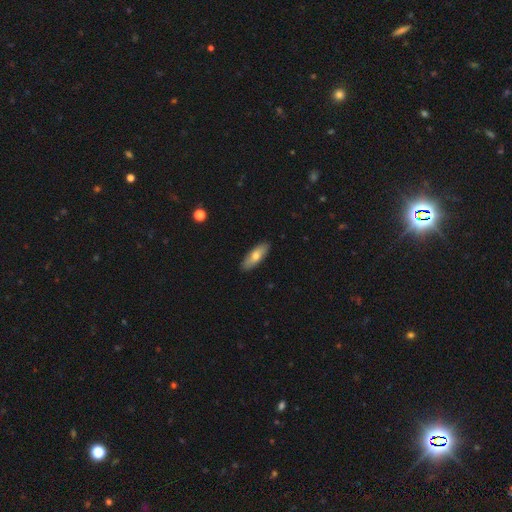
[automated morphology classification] type=smooth (70%); roundness=in between (62%); merging=none (90%).